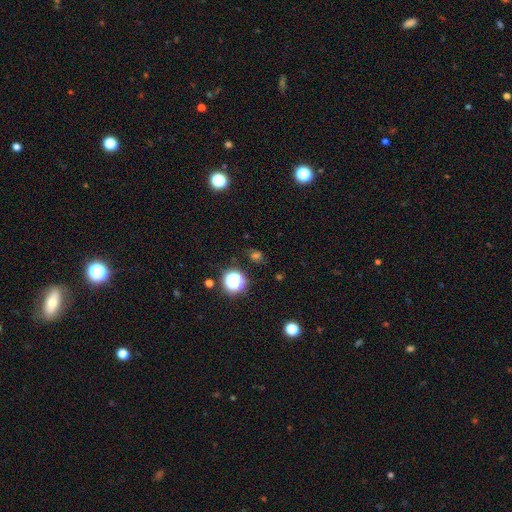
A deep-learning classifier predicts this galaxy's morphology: Overall: star or artifact (48%; smooth 44%).